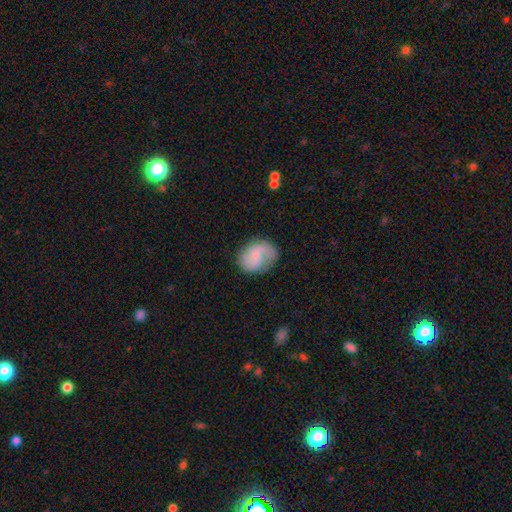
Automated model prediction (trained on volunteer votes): Smooth or featured? featured or disk (54%)
Edge-on disk? no (98%)
Bar? no (58%)
Spiral arms? yes (88%)
Bulge size? small (50%)
Merging? none (61%)